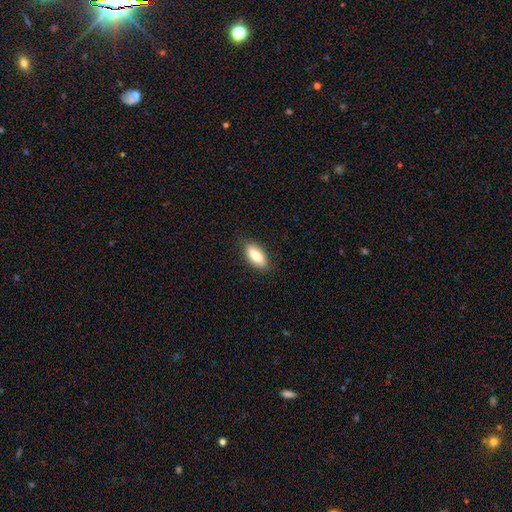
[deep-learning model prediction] This is clearly a smooth galaxy (81%). How rounded: clearly in between (84%). Merging: clearly none (86%).